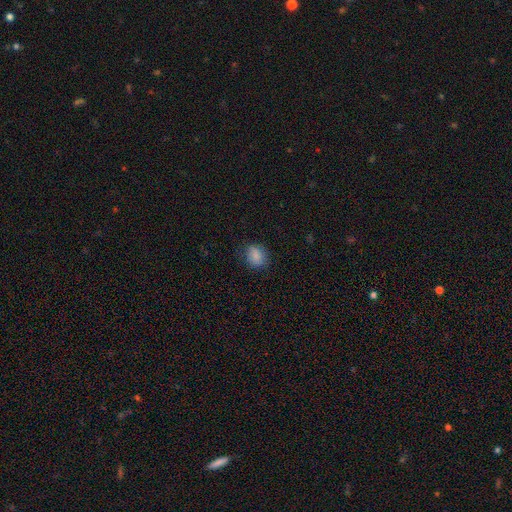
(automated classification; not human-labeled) A smooth galaxy with no disk features (85%) that is round (52%). Merging: none (80%).